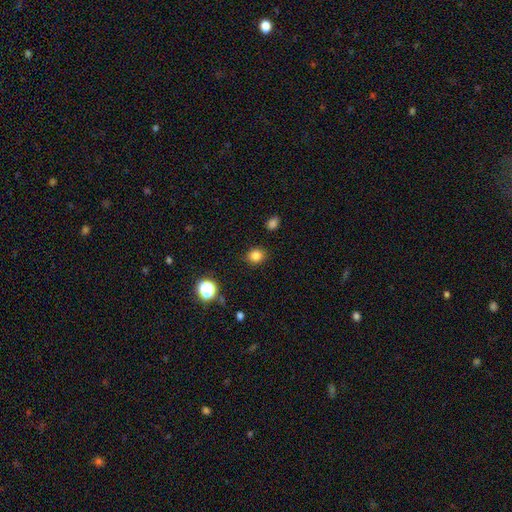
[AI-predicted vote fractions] smooth 82%, star or artifact 13%, featured or disk 4%. Down the decision tree: how rounded — round (75%); merging — none (87%).